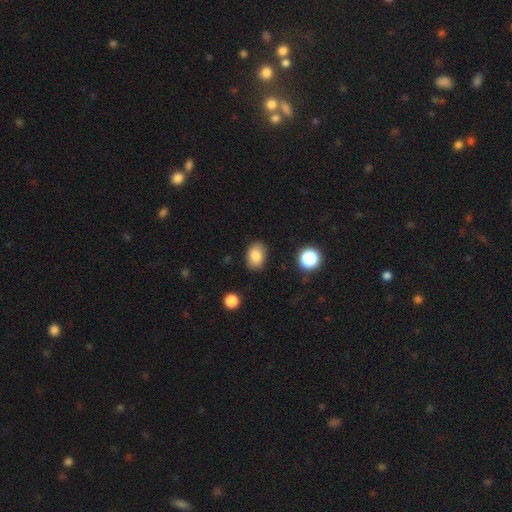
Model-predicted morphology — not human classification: type=smooth (84%); roundness=in between (78%); merging=none (84%).